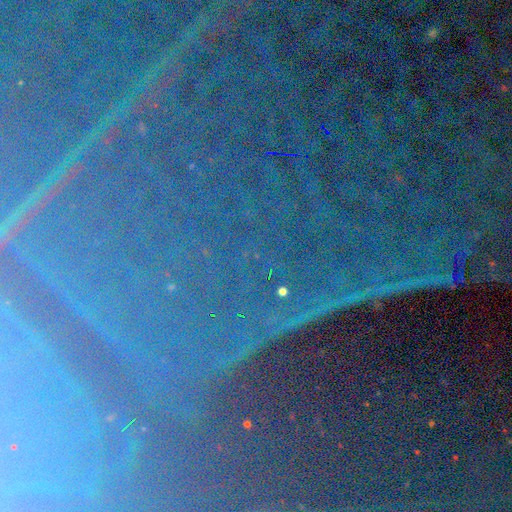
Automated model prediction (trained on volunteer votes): A star or artifact, not a galaxy (86%).

Vote fractions:
- Smooth or featured? star or artifact: 86% / featured or disk: 7% / smooth: 7%